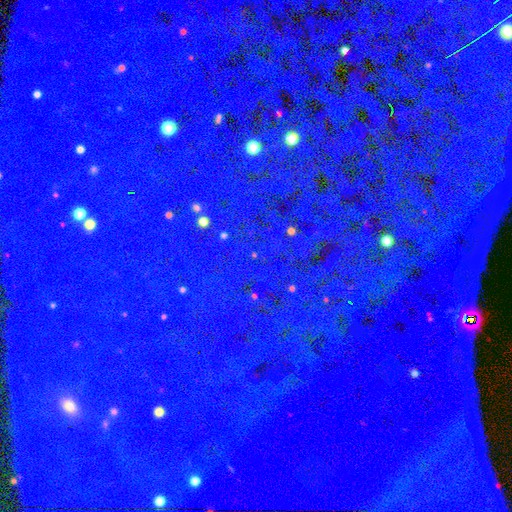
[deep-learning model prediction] Smooth or featured: star or artifact — 84% (smooth — 9%)